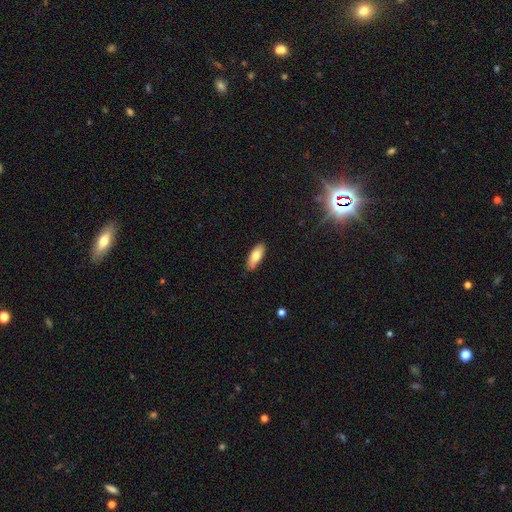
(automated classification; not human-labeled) Smooth or featured? smooth (77%)
How rounded? in between (77%)
Merging? none (85%)